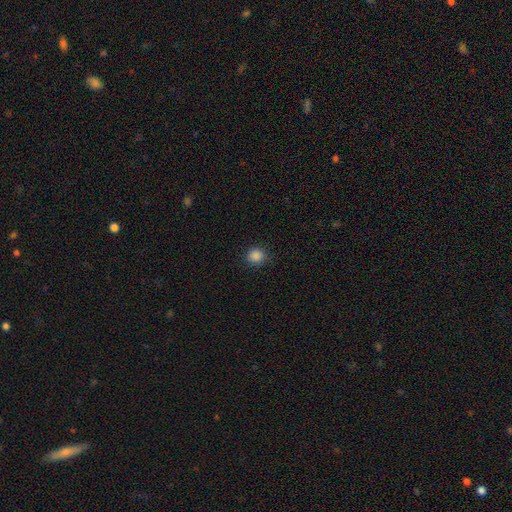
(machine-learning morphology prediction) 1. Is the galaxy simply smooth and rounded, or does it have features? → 86% smooth, 11% star or artifact, 3% featured or disk.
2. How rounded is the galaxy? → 89% round, 10% in between, 1% cigar-shaped.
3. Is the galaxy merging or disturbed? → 89% none, 8% minor disturbance, 2% major disturbance, 1% merger.